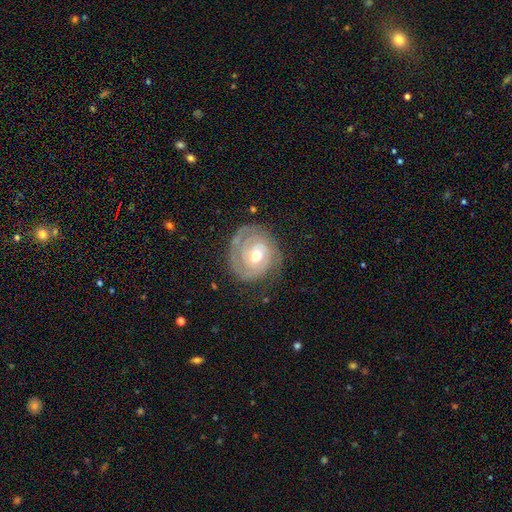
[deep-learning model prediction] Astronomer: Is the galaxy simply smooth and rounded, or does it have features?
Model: featured or disk — 85%.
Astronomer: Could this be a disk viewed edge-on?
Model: no — 98%.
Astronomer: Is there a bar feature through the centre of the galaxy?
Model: no — 62%.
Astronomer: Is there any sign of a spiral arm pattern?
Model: yes — 94%.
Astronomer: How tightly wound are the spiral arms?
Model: tight — 78%.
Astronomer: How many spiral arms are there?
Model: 2 — 44% (runner-up: can't tell, 24%).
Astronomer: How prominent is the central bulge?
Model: moderate — 67%.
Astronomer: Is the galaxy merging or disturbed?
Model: none — 74%.